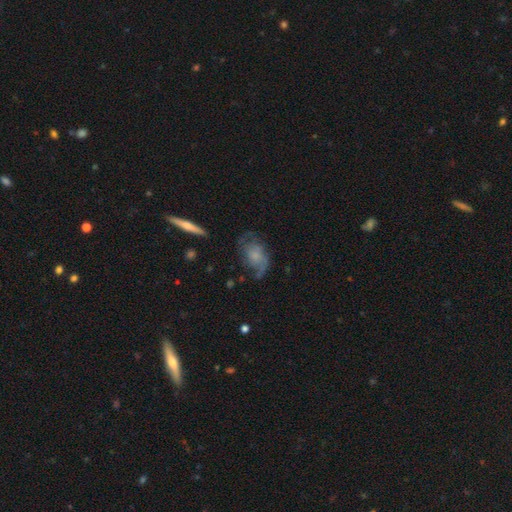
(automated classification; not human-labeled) Morphology: type=featured or disk (62%); edge-on=no (94%); bar=no (75%); spiral arms=yes (81%); bulge=none (35%); merging=none (52%).